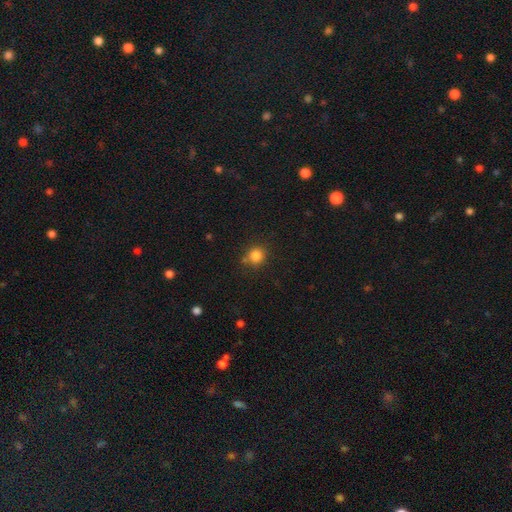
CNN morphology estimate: smooth_or_featured: smooth (p=0.83) [alt: star or artifact p=0.12]
how_rounded: round (p=0.87) [alt: in between p=0.12]
merging: none (p=0.76) [alt: minor disturbance p=0.13]